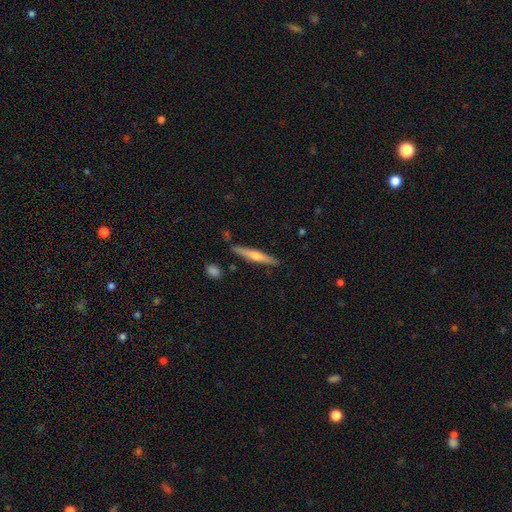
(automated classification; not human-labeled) A featured or disk galaxy (60%) viewed edge-on (96%) with a rounded central bulge (83%). Merging: none (87%).